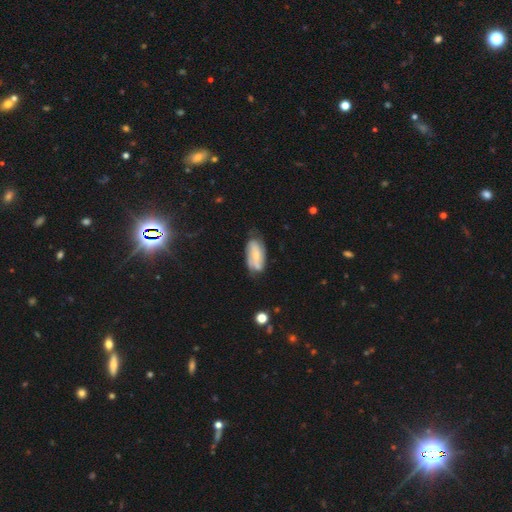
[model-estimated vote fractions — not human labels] featured or disk 51%, smooth 42%, star or artifact 7%. Down the decision tree: edge-on disk — no (91%); merging — none (55%).